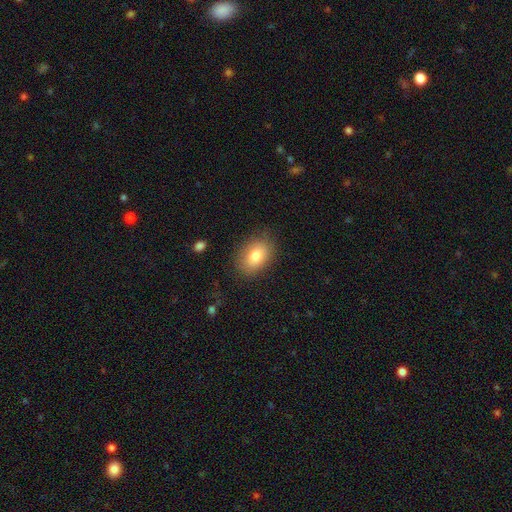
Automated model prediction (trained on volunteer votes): Smooth or featured? Predicted: smooth (p=0.80). How rounded? Predicted: in between (p=0.80). Merging? Predicted: none (p=0.82).